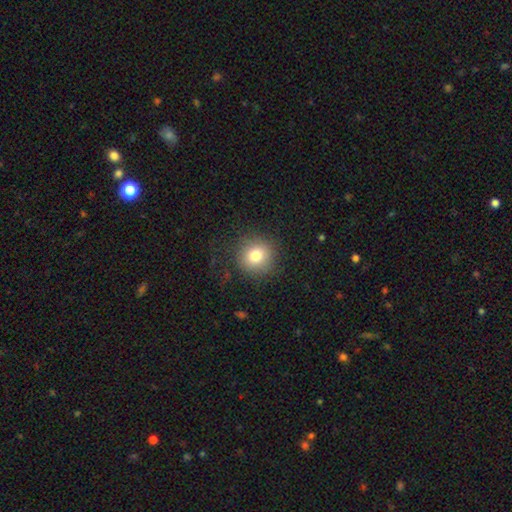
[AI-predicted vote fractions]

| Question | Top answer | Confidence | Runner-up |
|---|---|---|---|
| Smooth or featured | smooth | 78% | star or artifact (12%) |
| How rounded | round | 91% | in between (8%) |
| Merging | none | 85% | minor disturbance (9%) |